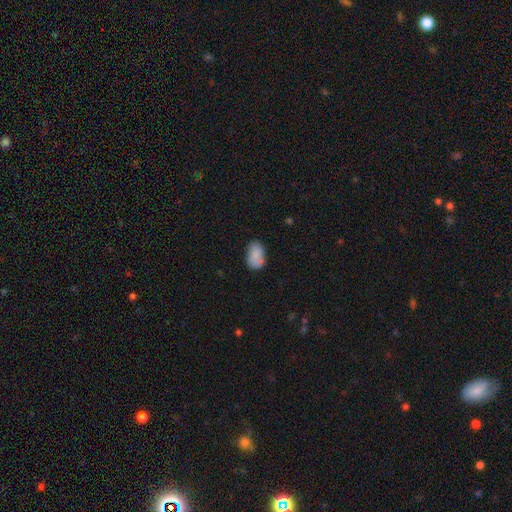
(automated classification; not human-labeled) smooth_or_featured: smooth (p=0.82) [alt: featured or disk p=0.11]
how_rounded: in between (p=0.89) [alt: round p=0.10]
merging: none (p=0.64) [alt: minor disturbance p=0.25]